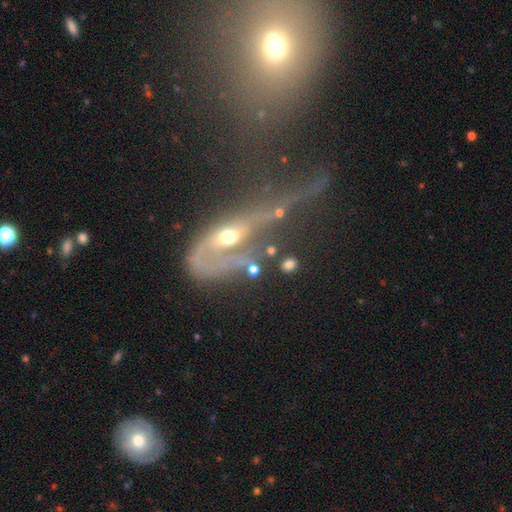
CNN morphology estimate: This appears to be a featured or disk galaxy (66%). Merging: major disturbance (37%).